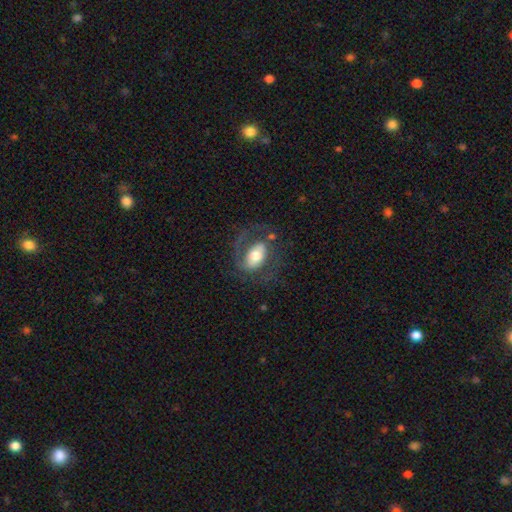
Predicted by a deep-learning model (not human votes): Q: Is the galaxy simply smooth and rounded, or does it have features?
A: featured or disk — 55%.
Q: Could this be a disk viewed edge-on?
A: no — 93%.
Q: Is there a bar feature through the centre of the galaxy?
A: no — 43%.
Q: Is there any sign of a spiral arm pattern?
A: yes — 64%.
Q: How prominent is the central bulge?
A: moderate — 60%.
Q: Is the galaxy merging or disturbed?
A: none — 55%.